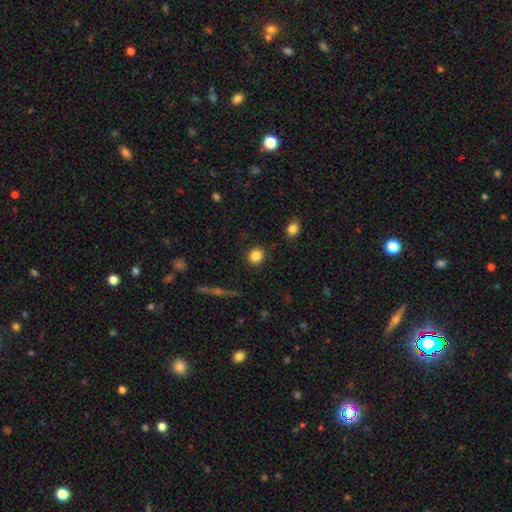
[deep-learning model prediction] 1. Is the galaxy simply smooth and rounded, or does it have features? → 84% smooth, 10% star or artifact, 6% featured or disk.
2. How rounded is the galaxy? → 86% round, 13% in between, 1% cigar-shaped.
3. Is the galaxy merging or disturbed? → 90% none, 6% minor disturbance, 2% major disturbance, 2% merger.